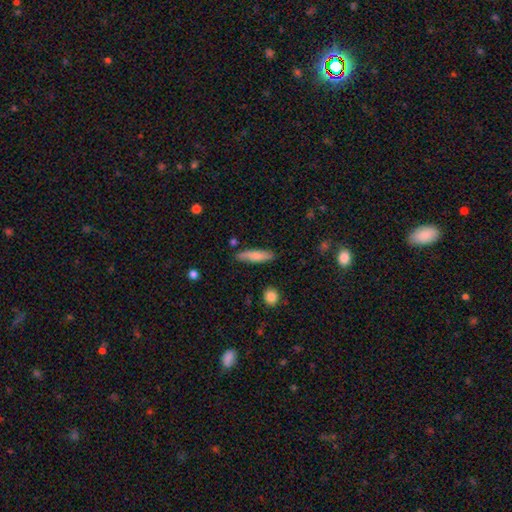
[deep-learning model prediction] This is likely a smooth galaxy (76%). How rounded: likely cigar-shaped (70%). Merging: clearly none (81%).